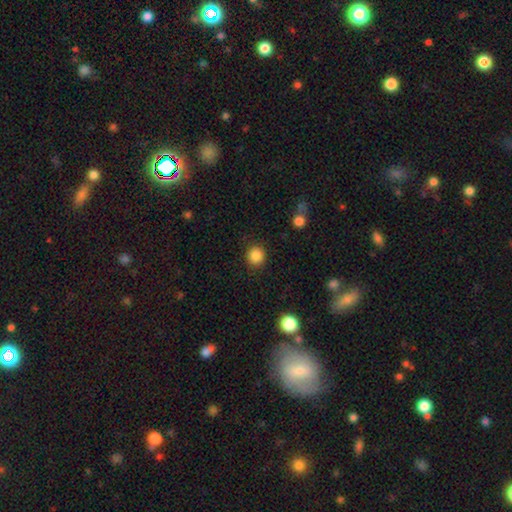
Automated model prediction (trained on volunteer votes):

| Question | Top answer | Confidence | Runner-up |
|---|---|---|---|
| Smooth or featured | smooth | 86% | star or artifact (10%) |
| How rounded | round | 91% | in between (8%) |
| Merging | none | 89% | minor disturbance (7%) |